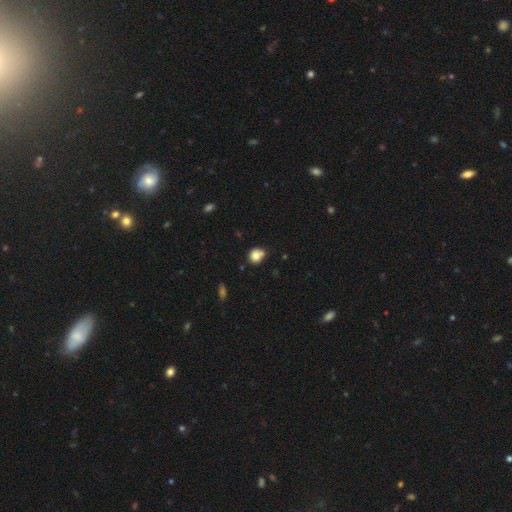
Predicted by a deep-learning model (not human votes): The model was most divided on "merging": none: 64%, minor disturbance: 21%, merger: 11%, major disturbance: 5%. More confident: smooth or featured — smooth (81%); how rounded — round (80%).